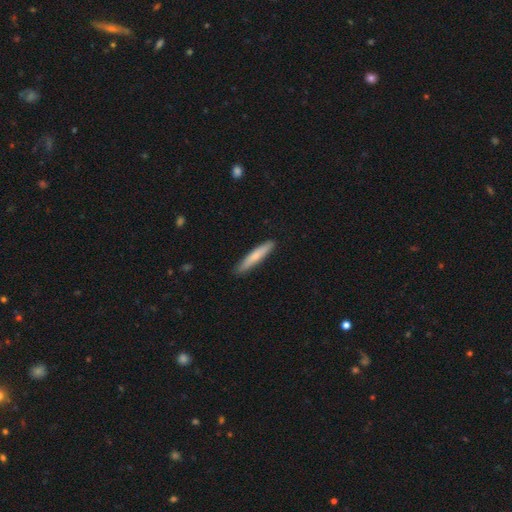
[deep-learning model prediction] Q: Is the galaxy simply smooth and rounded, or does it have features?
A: smooth — 68%.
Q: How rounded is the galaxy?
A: cigar-shaped — 92%.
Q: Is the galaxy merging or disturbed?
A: none — 88%.